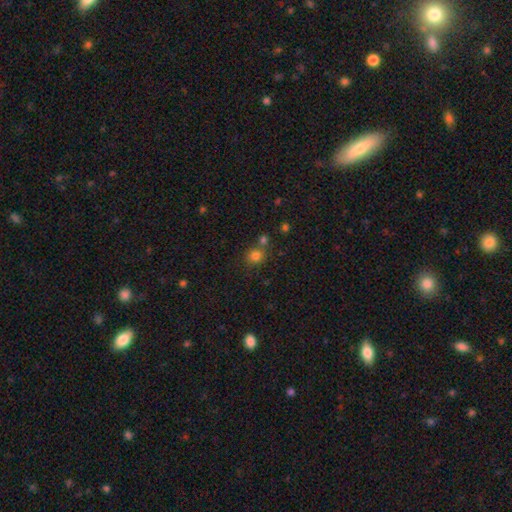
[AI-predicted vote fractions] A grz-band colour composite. It shows a smooth galaxy with no disk features (79%) that is round (81%). Merging: none (62%).